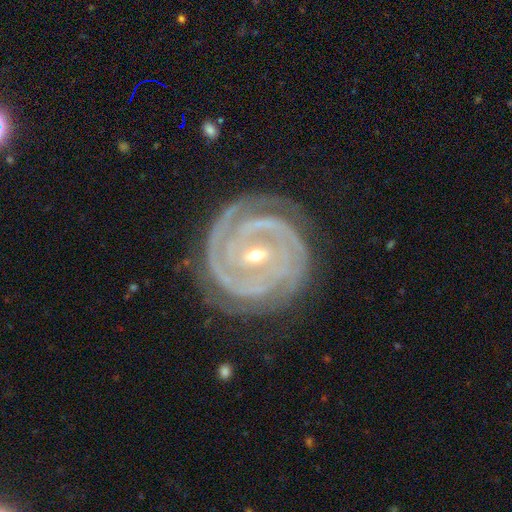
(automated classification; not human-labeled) A featured or disk galaxy (91%) with a weak bar (39%), 2 (43%) tight (84%) spiral arms (98%) and a small central bulge (56%). Merging: none (79%).